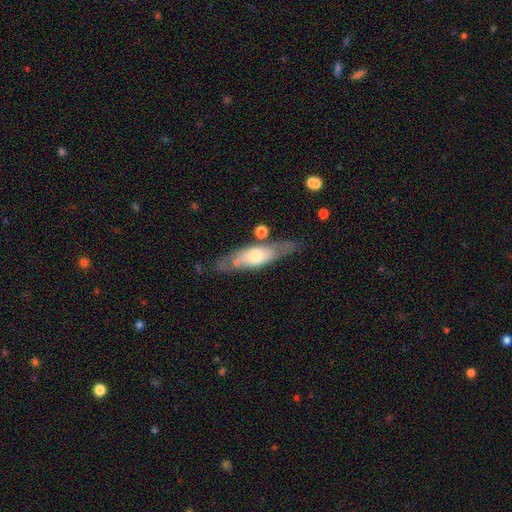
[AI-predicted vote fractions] Smooth or featured: featured or disk — 51% (smooth — 43%)
Edge-on disk: yes — 51% (no — 49%)
Merging: none — 67% (minor disturbance — 19%)